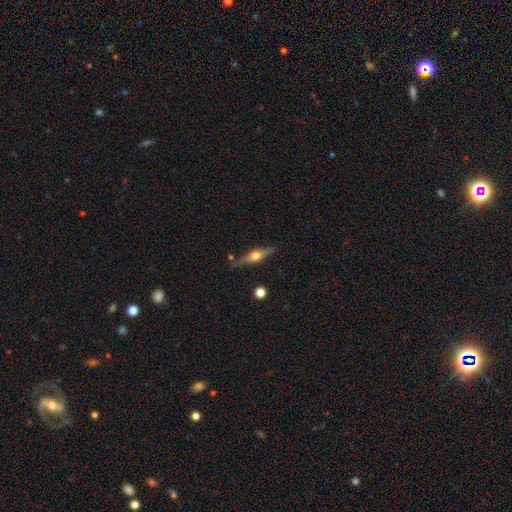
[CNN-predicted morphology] Smooth or featured? Predicted: featured or disk (p=0.73). Edge-on disk? Predicted: yes (p=0.97). Edge-on bulge? Predicted: rounded (p=0.95). Merging? Predicted: none (p=0.83).